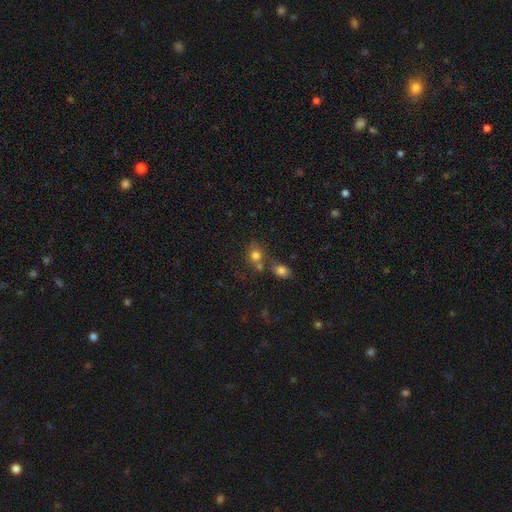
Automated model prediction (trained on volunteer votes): Smooth or featured? Predicted: smooth (p=0.76). How rounded? Predicted: round (p=0.74). Merging? Predicted: none (p=0.48).